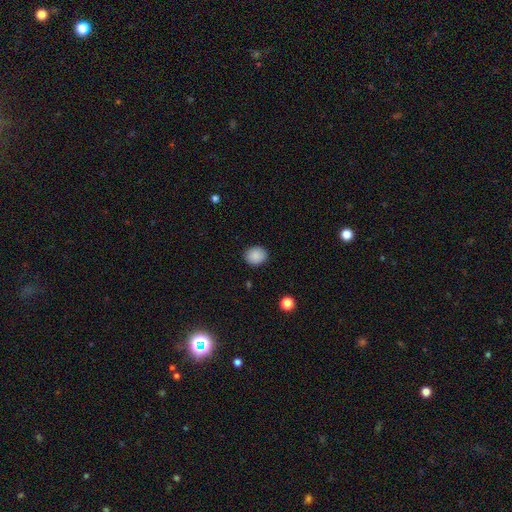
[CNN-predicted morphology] smooth 87%, star or artifact 9%, featured or disk 4%. Down the decision tree: how rounded — round (69%); merging — none (89%).